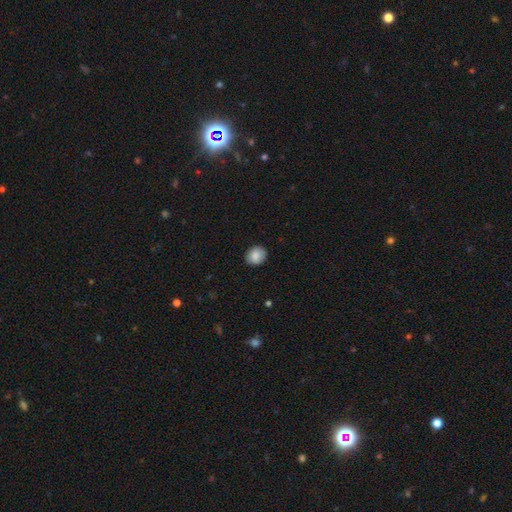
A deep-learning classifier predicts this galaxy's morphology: smooth_or_featured: smooth (p=0.87) [alt: star or artifact p=0.08]
how_rounded: round (p=0.67) [alt: in between p=0.32]
merging: none (p=0.88) [alt: minor disturbance p=0.09]